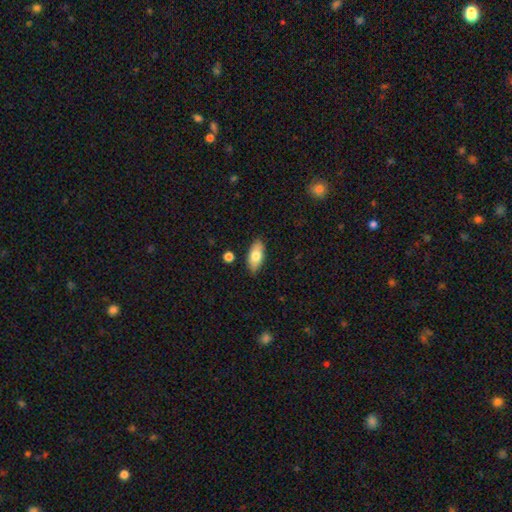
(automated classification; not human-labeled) A smooth galaxy with no disk features (75%) that is in between round and cigar-shaped (88%).

Vote fractions:
- Smooth or featured? smooth: 75% / featured or disk: 19% / star or artifact: 6%
- How rounded? in between: 88% / cigar-shaped: 9% / round: 3%
- Merging? none: 84% / minor disturbance: 12% / merger: 2% / major disturbance: 2%